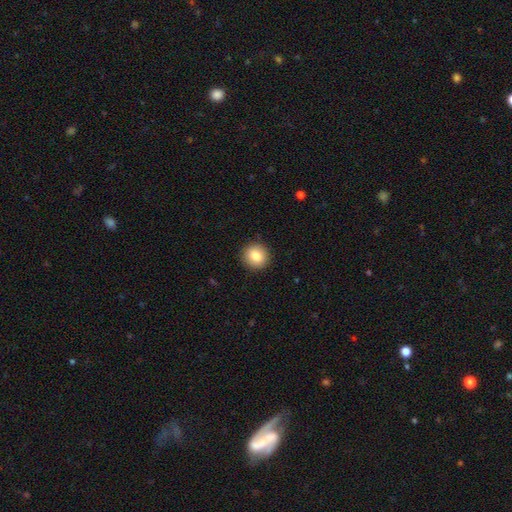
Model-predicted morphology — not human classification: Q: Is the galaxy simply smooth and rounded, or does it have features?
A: smooth — 84%.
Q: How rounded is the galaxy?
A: round — 90%.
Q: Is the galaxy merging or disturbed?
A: none — 92%.